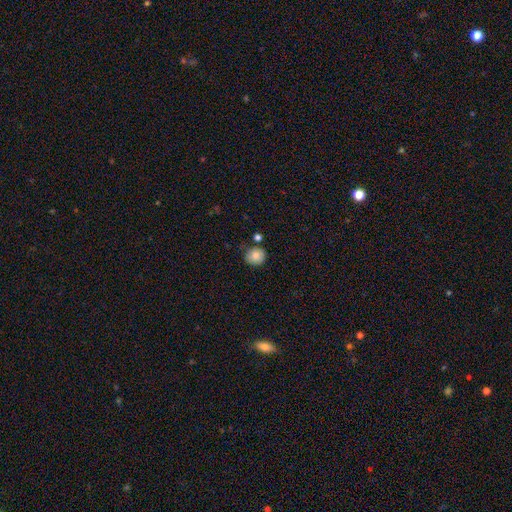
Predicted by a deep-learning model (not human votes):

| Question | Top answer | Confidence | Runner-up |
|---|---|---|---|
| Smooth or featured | smooth | 85% | star or artifact (9%) |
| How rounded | round | 84% | in between (15%) |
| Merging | none | 75% | minor disturbance (15%) |